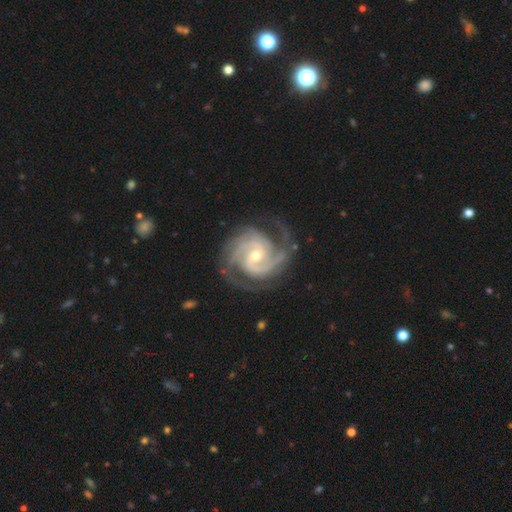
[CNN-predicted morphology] Smooth or featured: featured or disk — 93% (star or artifact — 4%)
Edge-on disk: no — 98% (yes — 2%)
Bar: no — 54% (weak — 35%)
Spiral arms: yes — 99% (no — 1%)
Spiral winding: tight — 58% (medium — 37%)
Spiral arm count: 2 — 40% (3 — 35%)
Bulge size: moderate — 49% (small — 47%)
Merging: none — 76% (minor disturbance — 16%)